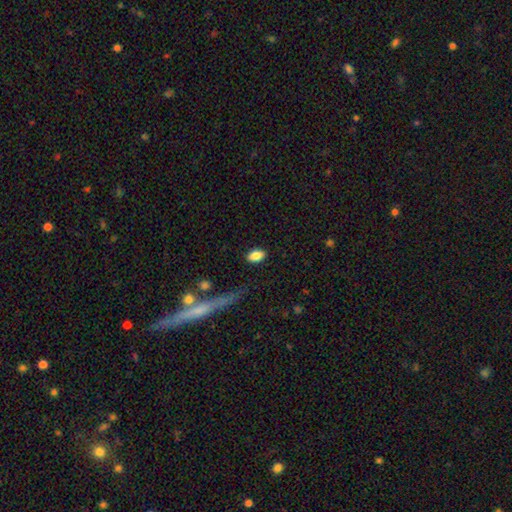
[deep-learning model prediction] A smooth galaxy with no disk features (84%) that is in between round and cigar-shaped (90%). Merging: none (86%).